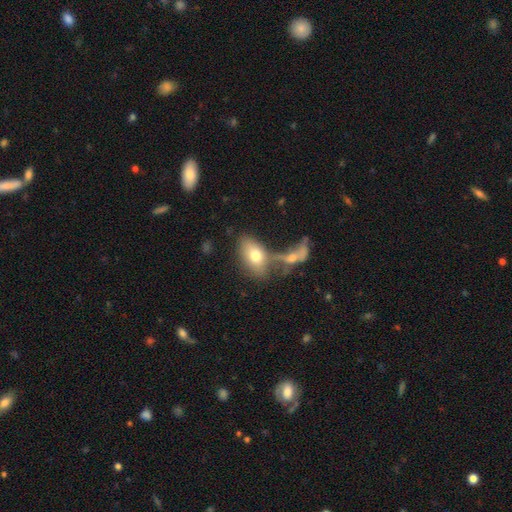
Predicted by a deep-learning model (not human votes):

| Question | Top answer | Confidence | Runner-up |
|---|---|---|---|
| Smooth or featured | smooth | 71% | featured or disk (21%) |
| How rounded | in between | 89% | round (7%) |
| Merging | merger | 40% | none (35%) |